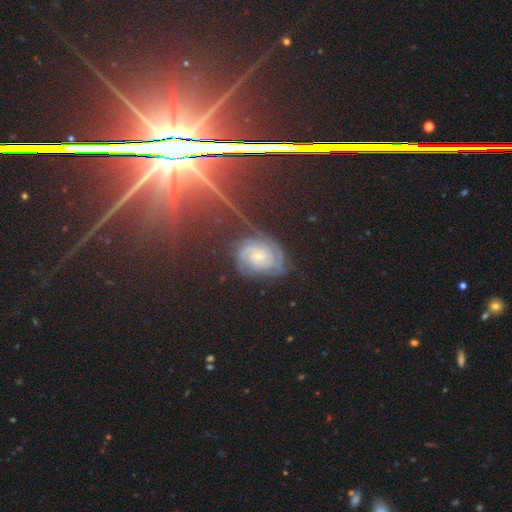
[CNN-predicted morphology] type=featured or disk (58%); edge-on=no (94%); bar=no (74%); spiral arms=yes (92%); bulge=small (56%); merging=none (72%).